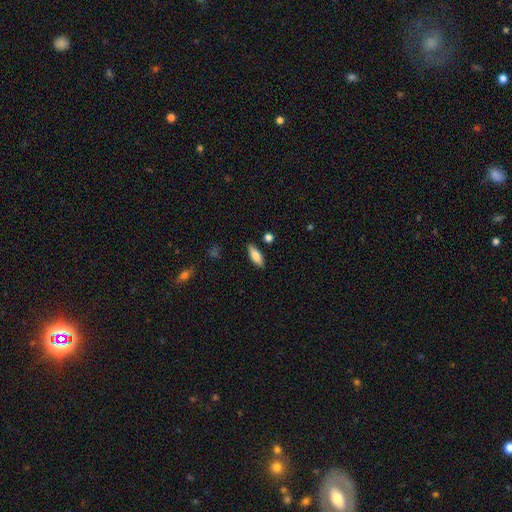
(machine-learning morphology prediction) smooth-or-featured: smooth: 79% | featured or disk: 15% | star or artifact: 7%
  how-rounded: in between: 67% | cigar-shaped: 31% | round: 2%
  merging: none: 86% | minor disturbance: 9% | merger: 2% | major disturbance: 2%